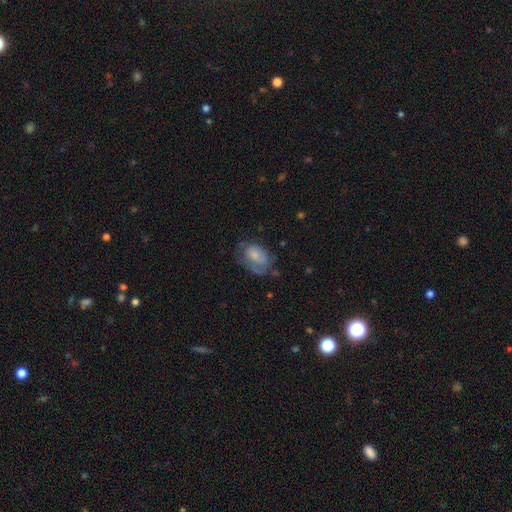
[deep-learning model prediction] Overall: smooth (57%; featured or disk 34%). How rounded: in between (82%). Merging: none (42%; minor disturbance 31%).